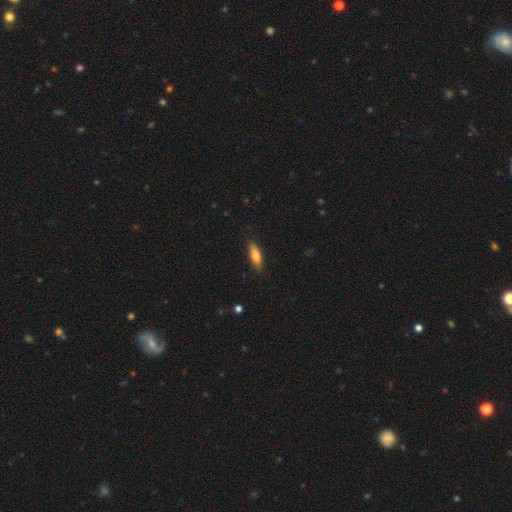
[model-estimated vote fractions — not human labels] Smooth or featured? smooth (76%)
How rounded? in between (61%)
Merging? none (84%)